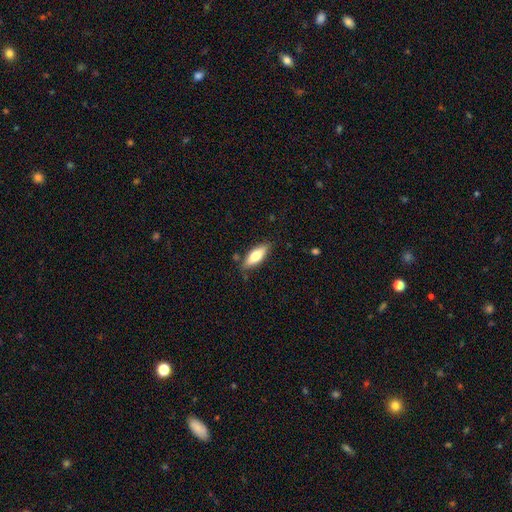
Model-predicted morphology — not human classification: Smooth or featured?
  - smooth: 69% *
  - featured or disk: 25%
  - star or artifact: 6%
How rounded?
  - in between: 63% *
  - cigar-shaped: 35%
  - round: 2%
Merging?
  - none: 78% *
  - minor disturbance: 16%
  - major disturbance: 3%
  - merger: 3%